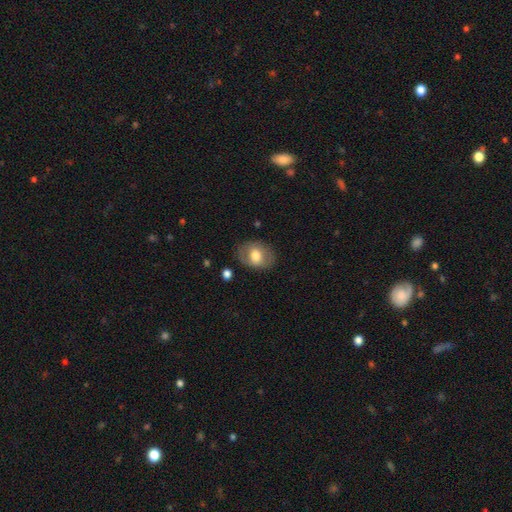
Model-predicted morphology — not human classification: Smooth or featured: smooth — 65% (featured or disk — 28%)
How rounded: in between — 66% (round — 33%)
Merging: none — 81% (minor disturbance — 13%)